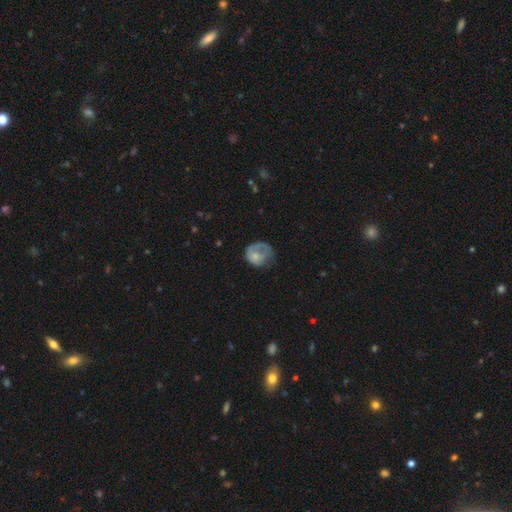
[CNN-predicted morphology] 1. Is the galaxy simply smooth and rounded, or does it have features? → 54% smooth, 38% featured or disk, 8% star or artifact.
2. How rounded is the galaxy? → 65% round, 34% in between, 1% cigar-shaped.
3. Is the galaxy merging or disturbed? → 40% major disturbance, 31% none, 27% minor disturbance, 2% merger.